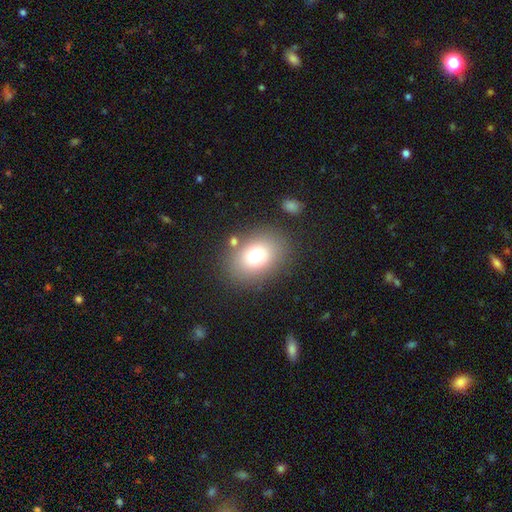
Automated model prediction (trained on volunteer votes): smooth-or-featured: smooth: 75% | featured or disk: 13% | star or artifact: 12%
  how-rounded: in between: 61% | round: 38% | cigar-shaped: 1%
  merging: none: 80% | minor disturbance: 10% | merger: 5% | major disturbance: 5%